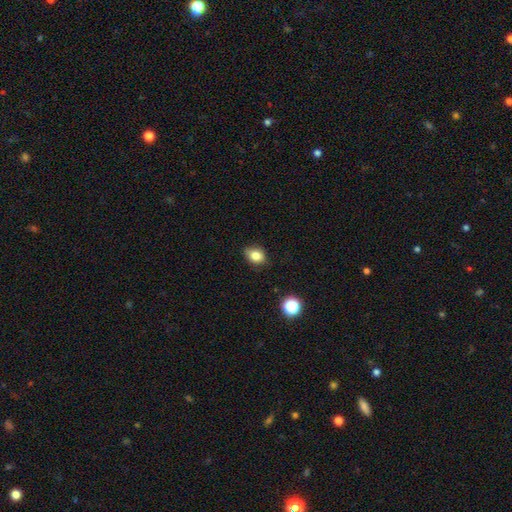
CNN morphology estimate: Smooth or featured? smooth (81%)
How rounded? in between (60%)
Merging? none (72%)